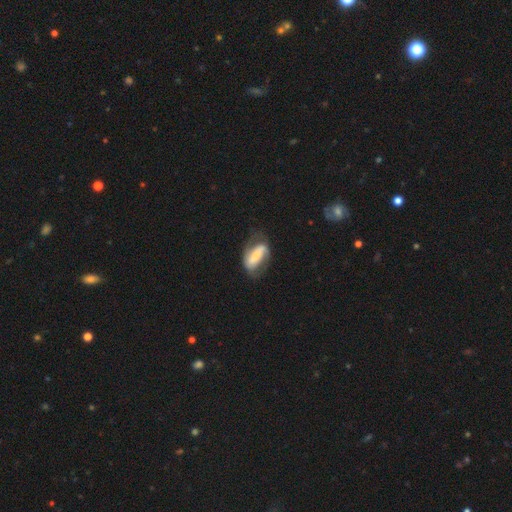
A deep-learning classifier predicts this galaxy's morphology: smooth-or-featured: featured or disk: 65% | smooth: 29% | star or artifact: 6%
  disk-edge-on: no: 92% | yes: 8%
    bar: strong: 59% | weak: 23% | no: 18%
    has-spiral-arms: yes: 79% | no: 21%
    bulge-size: small: 46% | moderate: 28% | none: 12% | large: 11% | dominant: 4%
  merging: none: 54% | minor disturbance: 26% | major disturbance: 18% | merger: 2%